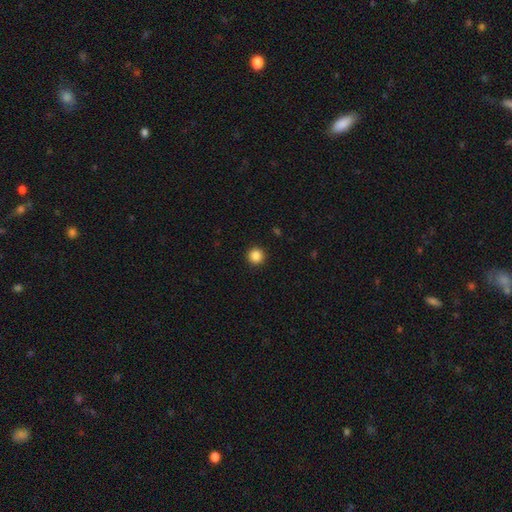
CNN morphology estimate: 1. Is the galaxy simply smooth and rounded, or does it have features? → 87% smooth, 10% star or artifact, 3% featured or disk.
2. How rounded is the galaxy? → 95% round, 4% in between, 1% cigar-shaped.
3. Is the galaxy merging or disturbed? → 93% none, 4% minor disturbance, 2% major disturbance, 1% merger.